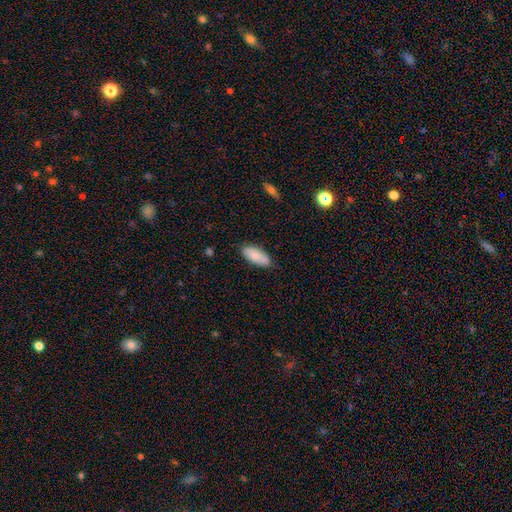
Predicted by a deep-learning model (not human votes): This is clearly a smooth galaxy (85%). How rounded: clearly in between (86%). Merging: likely none (78%).